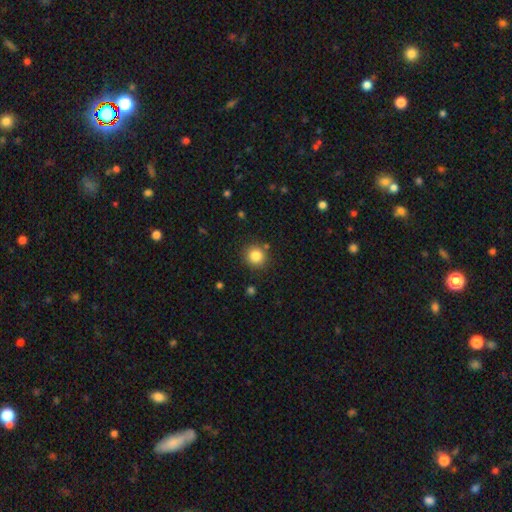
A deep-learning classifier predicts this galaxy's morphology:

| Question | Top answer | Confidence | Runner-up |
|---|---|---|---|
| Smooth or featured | smooth | 83% | star or artifact (11%) |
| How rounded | round | 89% | in between (10%) |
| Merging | none | 85% | minor disturbance (8%) |